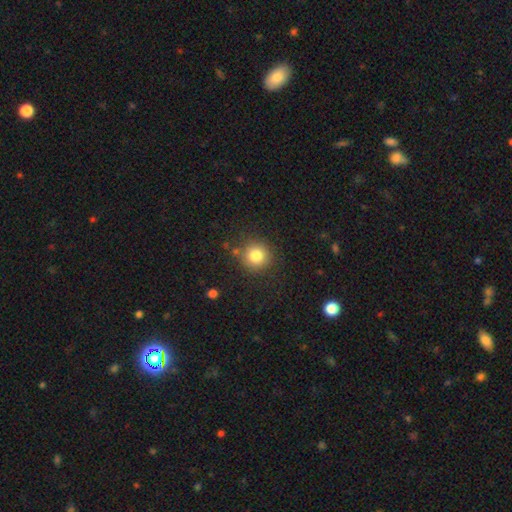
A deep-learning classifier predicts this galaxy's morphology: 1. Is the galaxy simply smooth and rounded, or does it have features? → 82% smooth, 11% star or artifact, 7% featured or disk.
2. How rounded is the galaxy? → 93% round, 7% in between, 1% cigar-shaped.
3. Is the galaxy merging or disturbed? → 86% none, 8% minor disturbance, 3% major disturbance, 3% merger.